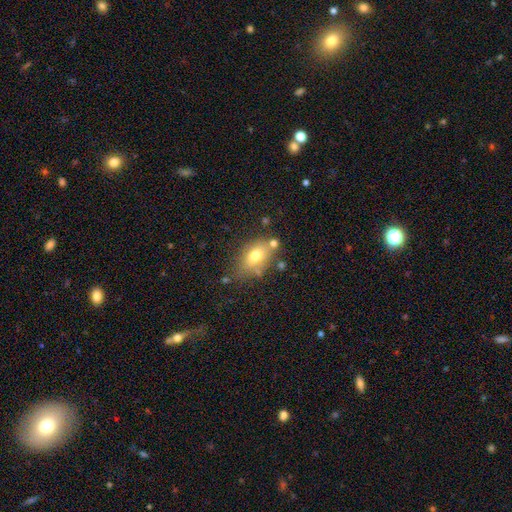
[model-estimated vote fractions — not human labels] Q: Smooth or featured?
A: smooth (70%); runner-up: featured or disk (19%)
Q: How rounded?
A: in between (82%); runner-up: round (15%)
Q: Merging?
A: none (65%); runner-up: minor disturbance (18%)